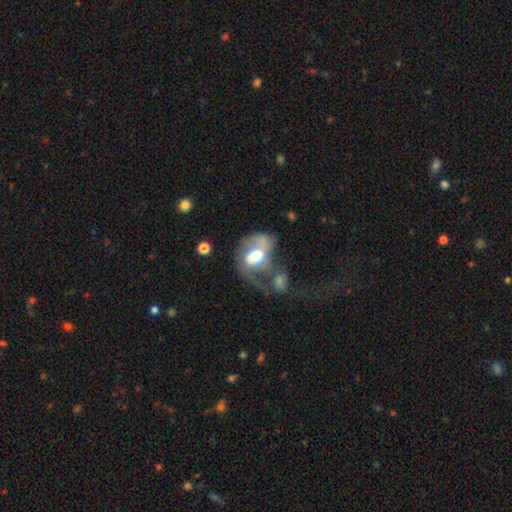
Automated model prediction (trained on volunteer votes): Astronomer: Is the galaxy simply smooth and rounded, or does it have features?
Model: featured or disk — 56% (runner-up: smooth, 36%).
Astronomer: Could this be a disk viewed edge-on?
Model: no — 96%.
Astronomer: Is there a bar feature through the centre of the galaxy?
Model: no — 48% (runner-up: weak, 36%).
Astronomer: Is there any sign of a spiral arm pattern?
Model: yes — 61% (runner-up: no, 39%).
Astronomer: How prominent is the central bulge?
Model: moderate — 60%.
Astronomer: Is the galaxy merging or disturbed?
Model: major disturbance — 40% (runner-up: merger, 27%).